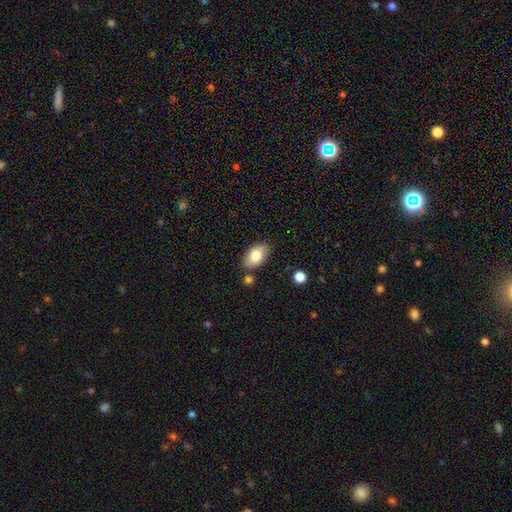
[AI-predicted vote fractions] Smooth or featured? smooth (79%)
How rounded? in between (93%)
Merging? none (81%)